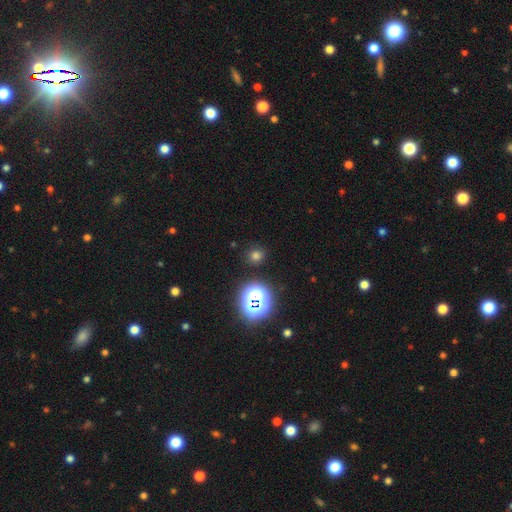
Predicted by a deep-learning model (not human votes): smooth-or-featured: smooth: 67% | star or artifact: 27% | featured or disk: 6%
  how-rounded: round: 79% | in between: 20% | cigar-shaped: 1%
  merging: none: 86% | minor disturbance: 9% | major disturbance: 3% | merger: 2%